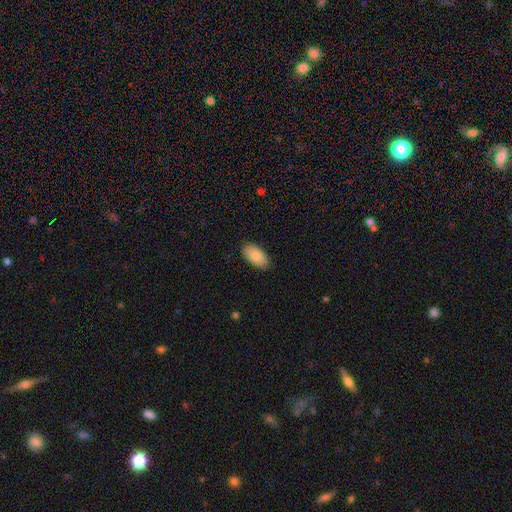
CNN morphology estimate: Q: Smooth or featured?
A: smooth (85%); runner-up: featured or disk (8%)
Q: How rounded?
A: in between (95%); runner-up: round (3%)
Q: Merging?
A: none (87%); runner-up: minor disturbance (10%)